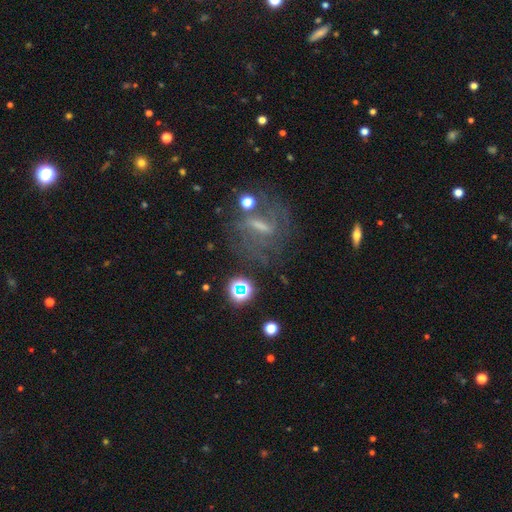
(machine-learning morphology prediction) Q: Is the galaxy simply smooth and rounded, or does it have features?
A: star or artifact — 42%.